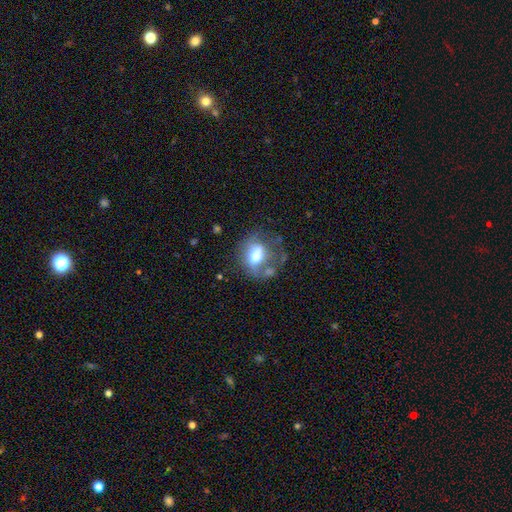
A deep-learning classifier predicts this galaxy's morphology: This appears to be a smooth galaxy with no disk features (55%) that is in between round and cigar-shaped (63%). Merging: none (44%).